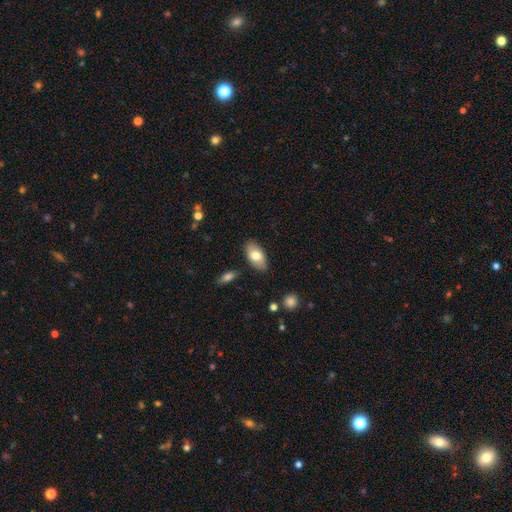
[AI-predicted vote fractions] A smooth galaxy with no disk features (75%) that is in between round and cigar-shaped (94%).

Vote fractions:
- Smooth or featured? smooth: 75% / featured or disk: 18% / star or artifact: 7%
- How rounded? in between: 94% / round: 4% / cigar-shaped: 3%
- Merging? none: 84% / minor disturbance: 12% / major disturbance: 2% / merger: 2%